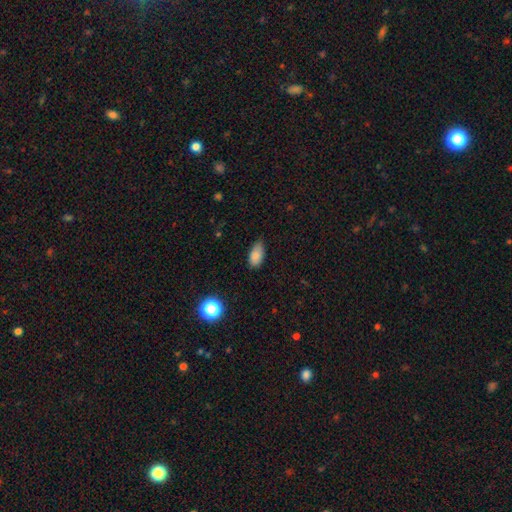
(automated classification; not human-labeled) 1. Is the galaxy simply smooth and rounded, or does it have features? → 84% smooth, 10% star or artifact, 6% featured or disk.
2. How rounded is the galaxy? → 91% in between, 5% round, 3% cigar-shaped.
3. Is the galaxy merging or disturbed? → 64% none, 30% minor disturbance, 4% major disturbance, 1% merger.